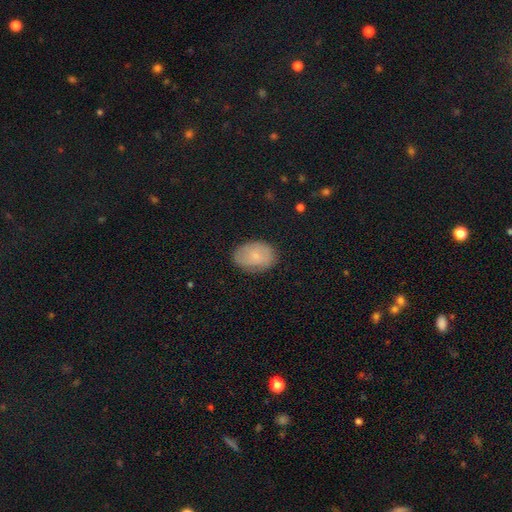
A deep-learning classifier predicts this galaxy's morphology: Smooth or featured?
  - smooth: 70% *
  - featured or disk: 22%
  - star or artifact: 8%
How rounded?
  - in between: 85% *
  - round: 14%
  - cigar-shaped: 1%
Merging?
  - none: 80% *
  - minor disturbance: 15%
  - major disturbance: 4%
  - merger: 1%